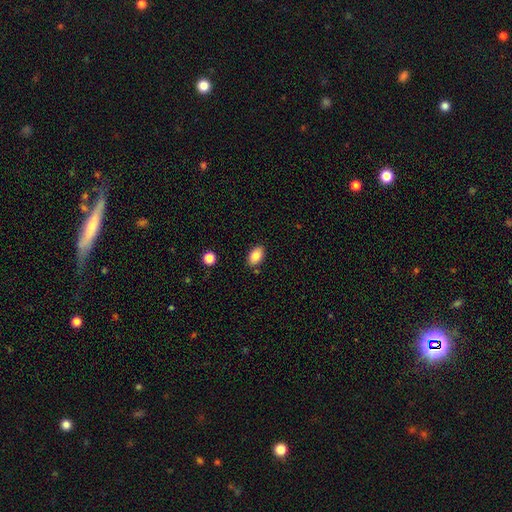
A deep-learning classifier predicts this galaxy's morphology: A smooth galaxy with no disk features (85%) that is in between round and cigar-shaped (92%).

Vote fractions:
- Smooth or featured? smooth: 85% / star or artifact: 8% / featured or disk: 7%
- How rounded? in between: 92% / round: 7% / cigar-shaped: 2%
- Merging? none: 85% / minor disturbance: 10% / merger: 3% / major disturbance: 2%